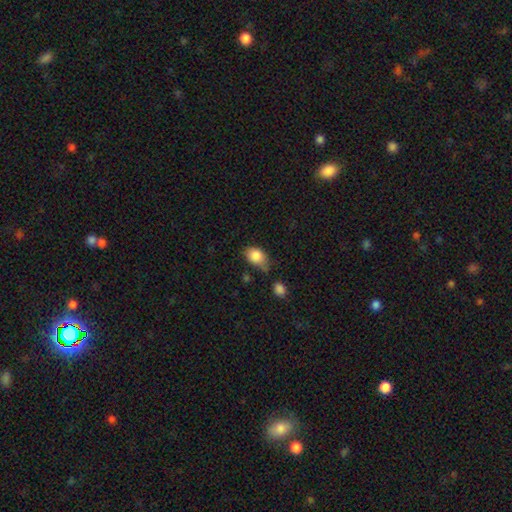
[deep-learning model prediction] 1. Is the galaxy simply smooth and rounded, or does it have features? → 84% smooth, 8% star or artifact, 8% featured or disk.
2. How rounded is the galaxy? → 76% in between, 23% round, 1% cigar-shaped.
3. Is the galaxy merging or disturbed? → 43% none, 39% minor disturbance, 10% major disturbance, 8% merger.